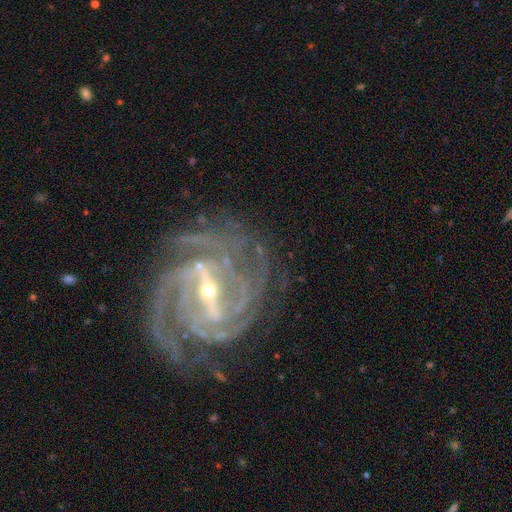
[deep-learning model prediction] featured or disk 92%, star or artifact 5%, smooth 2%. Down the decision tree: edge-on disk — no (97%); bar — strong (70%); spiral arms — yes (99%); spiral arm count — 4 (33%); spiral winding — tight (69%); bulge size — small (66%); merging — none (77%).